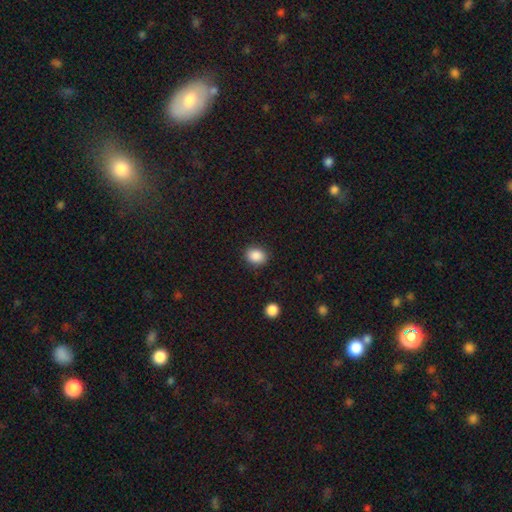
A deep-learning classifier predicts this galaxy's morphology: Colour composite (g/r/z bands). It shows a smooth galaxy with no disk features (88%) that is round (52%). Merging: none (87%).